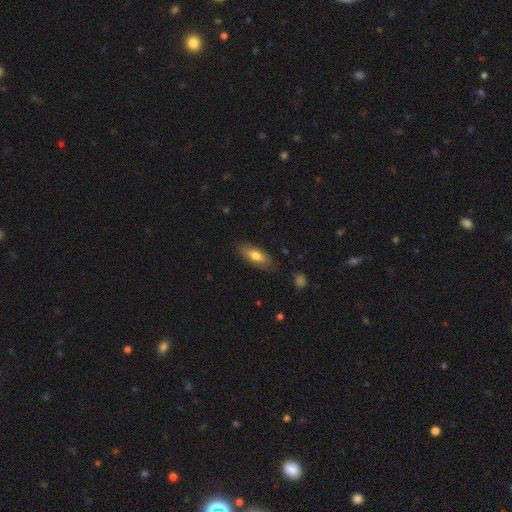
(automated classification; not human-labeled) Overall: smooth (70%). How rounded: in between (70%). Merging: none (82%).